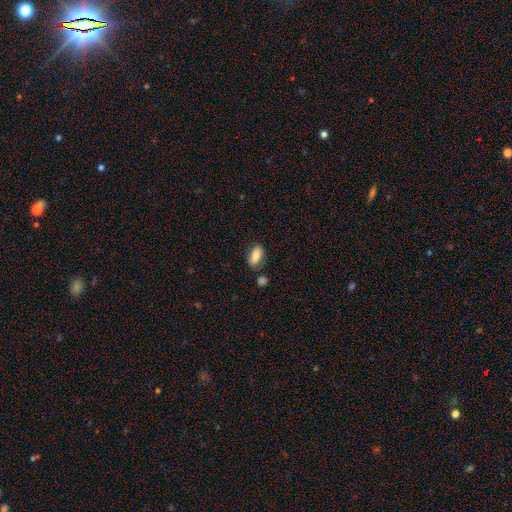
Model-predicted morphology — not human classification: The model was most divided on "merging": none: 73%, minor disturbance: 15%, merger: 8%, major disturbance: 4%. More confident: how rounded — in between (89%); smooth or featured — smooth (79%).